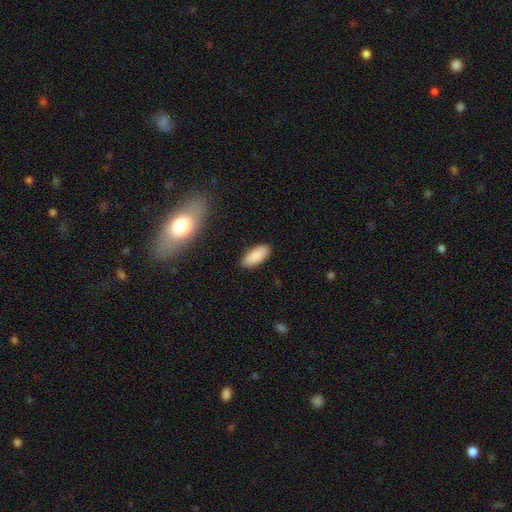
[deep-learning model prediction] Morphology: type=smooth (89%); roundness=in between (88%); merging=none (87%).